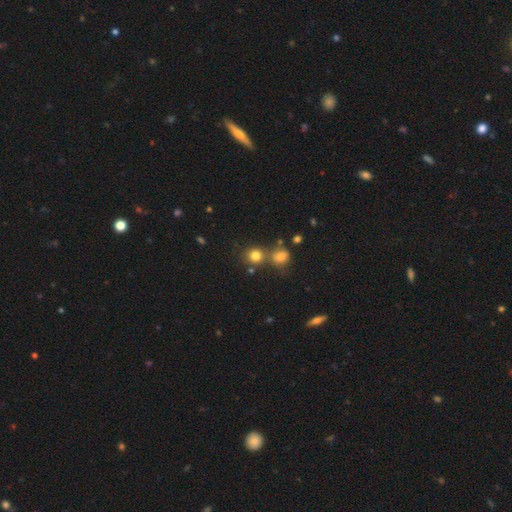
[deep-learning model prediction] smooth_or_featured: smooth (p=0.79) [alt: star or artifact p=0.14]
how_rounded: round (p=0.84) [alt: in between p=0.15]
merging: none (p=0.60) [alt: merger p=0.28]